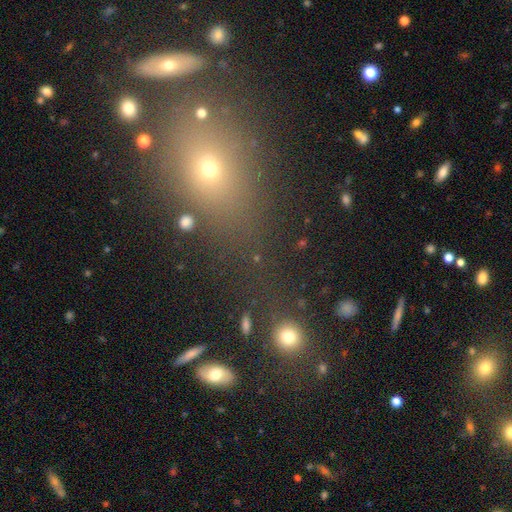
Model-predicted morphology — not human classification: smooth_or_featured: smooth (p=0.53) [alt: star or artifact p=0.34]
how_rounded: round (p=0.55) [alt: in between p=0.39]
merging: none (p=0.72) [alt: minor disturbance p=0.12]